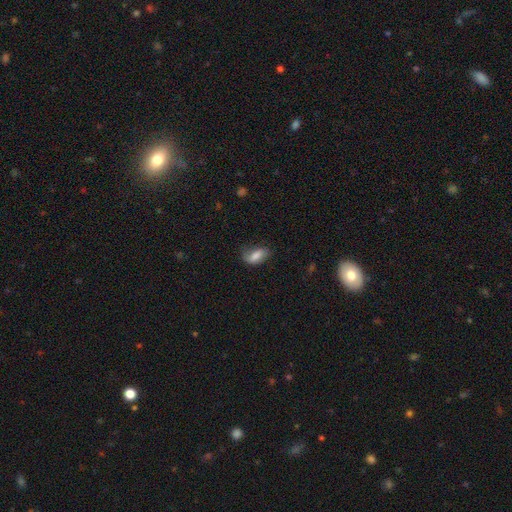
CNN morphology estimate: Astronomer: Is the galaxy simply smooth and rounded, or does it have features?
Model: smooth — 74%.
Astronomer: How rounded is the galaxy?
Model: in between — 89%.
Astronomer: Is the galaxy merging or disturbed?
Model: none — 53% (runner-up: minor disturbance, 31%).